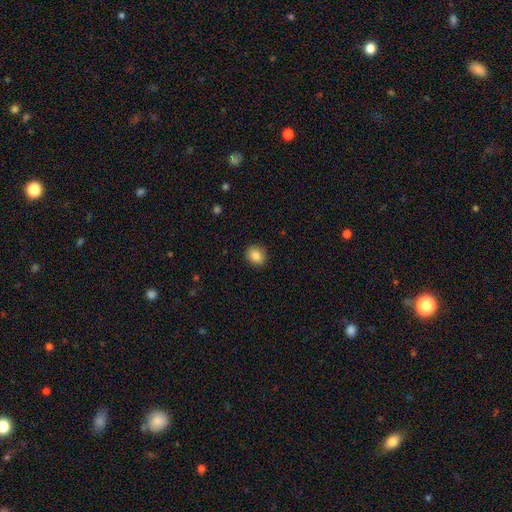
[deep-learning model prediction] This appears to be a smooth galaxy with no disk features (86%) that is round (73%). Merging: none (89%).